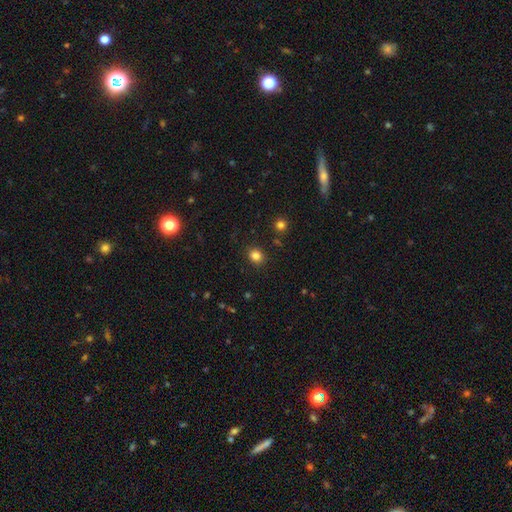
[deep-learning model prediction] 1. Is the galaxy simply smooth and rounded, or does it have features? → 83% smooth, 12% star or artifact, 5% featured or disk.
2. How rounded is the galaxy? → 72% round, 27% in between, 1% cigar-shaped.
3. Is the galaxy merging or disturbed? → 88% none, 8% minor disturbance, 2% major disturbance, 2% merger.